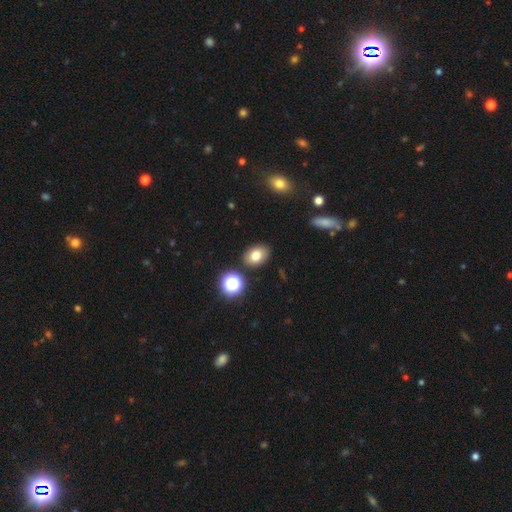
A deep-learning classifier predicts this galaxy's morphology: Smooth or featured? Predicted: smooth (p=0.77). How rounded? Predicted: in between (p=0.69). Merging? Predicted: none (p=0.85).